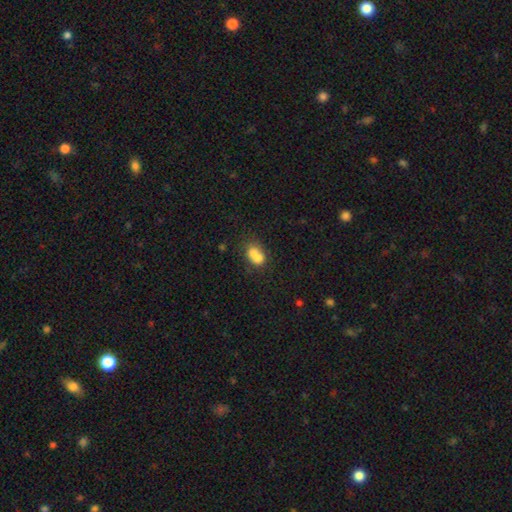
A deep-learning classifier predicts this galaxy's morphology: smooth_or_featured: smooth (p=0.70) [alt: featured or disk p=0.19]
how_rounded: in between (p=0.59) [alt: round p=0.39]
merging: merger (p=0.58) [alt: none p=0.26]